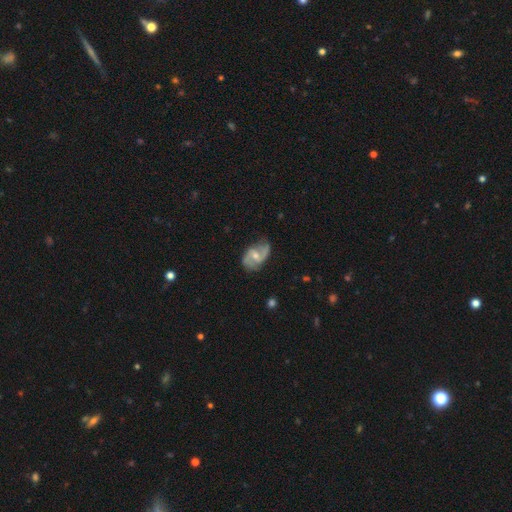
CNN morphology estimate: Smooth or featured? featured or disk (80%)
Edge-on disk? no (97%)
Bar? weak (51%)
Spiral arms? yes (94%)
Spiral winding? medium (47%)
Spiral arm count? 2 (85%)
Bulge size? moderate (55%)
Merging? none (65%)